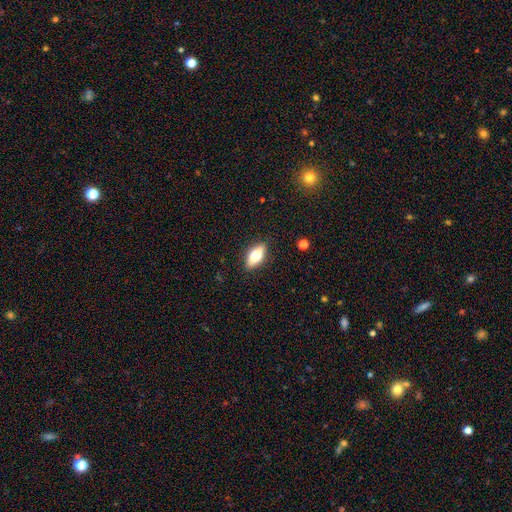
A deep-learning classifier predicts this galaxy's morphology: A smooth galaxy with no disk features (63%) that is in between round and cigar-shaped (79%).

Vote fractions:
- Smooth or featured? smooth: 63% / featured or disk: 29% / star or artifact: 7%
- How rounded? in between: 79% / cigar-shaped: 17% / round: 4%
- Merging? none: 87% / minor disturbance: 9% / major disturbance: 2% / merger: 1%